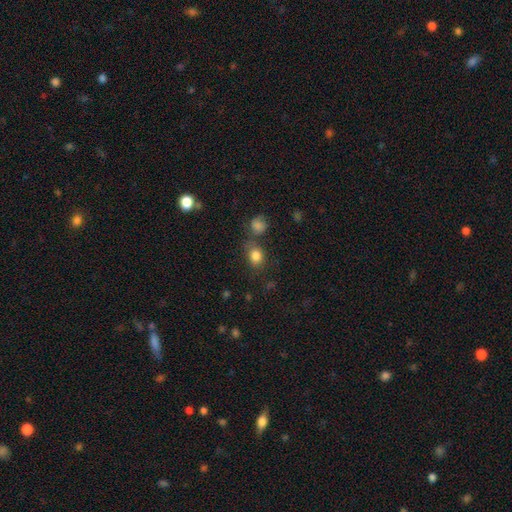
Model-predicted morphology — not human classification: Smooth or featured: smooth — 82% (star or artifact — 11%)
How rounded: round — 51% (in between — 48%)
Merging: none — 66% (merger — 15%)